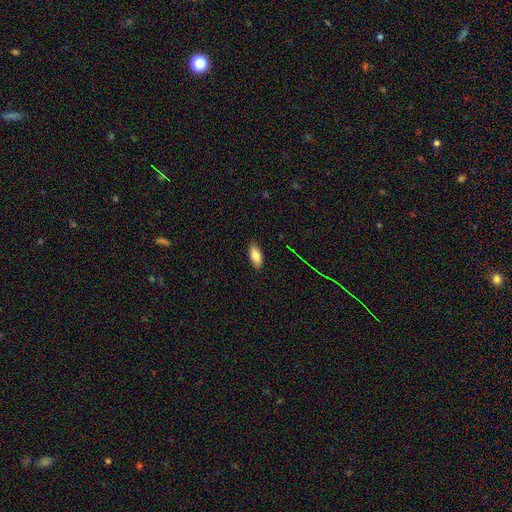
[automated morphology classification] Smooth or featured? Predicted: smooth (p=0.82). How rounded? Predicted: in between (p=0.88). Merging? Predicted: none (p=0.87).